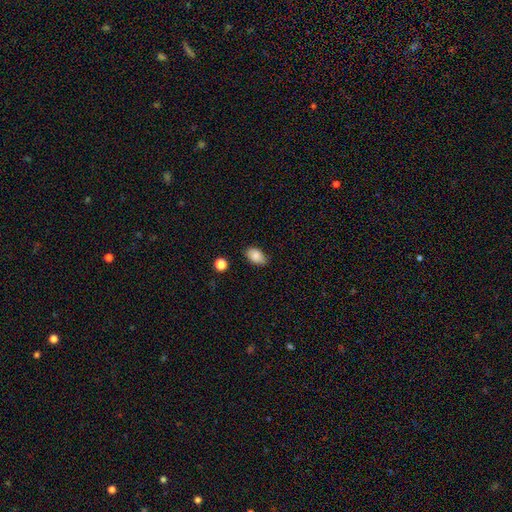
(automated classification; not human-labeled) Smooth or featured: smooth — 84% (star or artifact — 8%)
How rounded: in between — 88% (round — 10%)
Merging: none — 77% (minor disturbance — 19%)